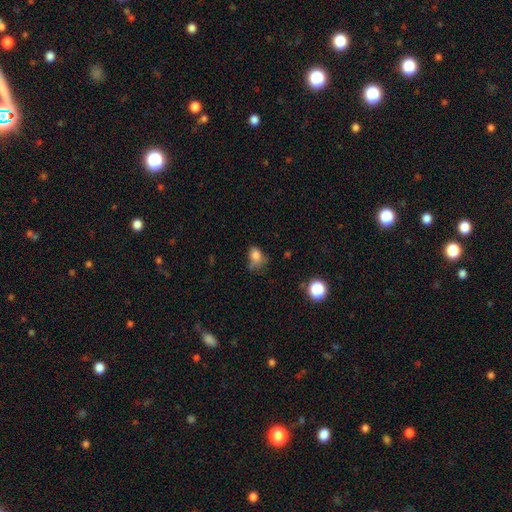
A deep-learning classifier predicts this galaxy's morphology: type=smooth (77%); roundness=in between (69%); merging=none (36%).